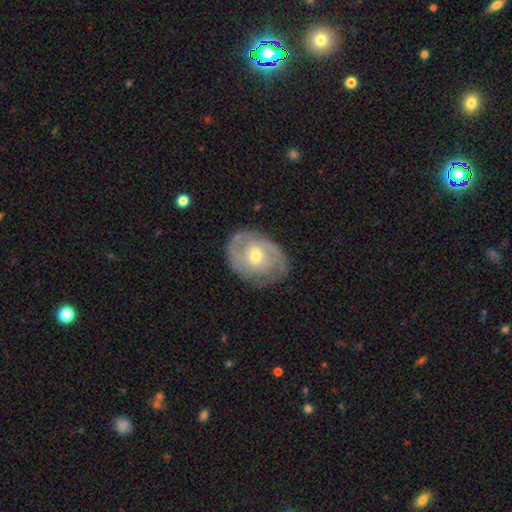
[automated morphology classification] smooth_or_featured: featured or disk (p=0.75) [alt: smooth p=0.19]
disk_edge_on: no (p=0.97) [alt: yes p=0.03]
bar: no (p=0.48) [alt: weak p=0.42]
has_spiral_arms: yes (p=0.86) [alt: no p=0.14]
spiral_winding: tight (p=0.54) [alt: medium p=0.35]
spiral_arm_count: 2 (p=0.55) [alt: can't tell p=0.24]
bulge_size: moderate (p=0.62) [alt: small p=0.32]
merging: none (p=0.74) [alt: minor disturbance p=0.18]